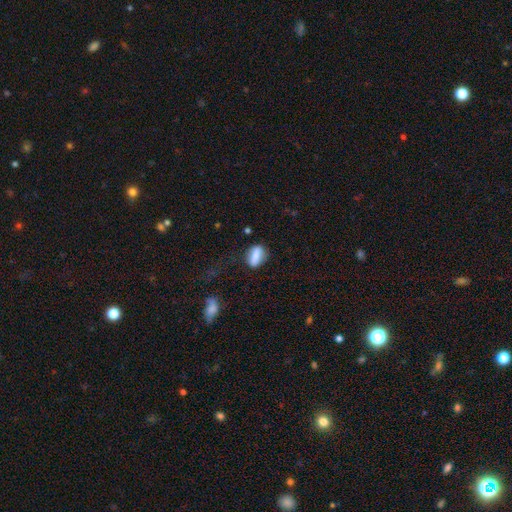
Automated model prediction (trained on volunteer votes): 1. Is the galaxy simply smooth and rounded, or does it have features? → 73% smooth, 19% featured or disk, 8% star or artifact.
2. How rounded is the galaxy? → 75% in between, 14% round, 11% cigar-shaped.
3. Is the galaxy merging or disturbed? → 75% none, 16% minor disturbance, 6% major disturbance, 3% merger.